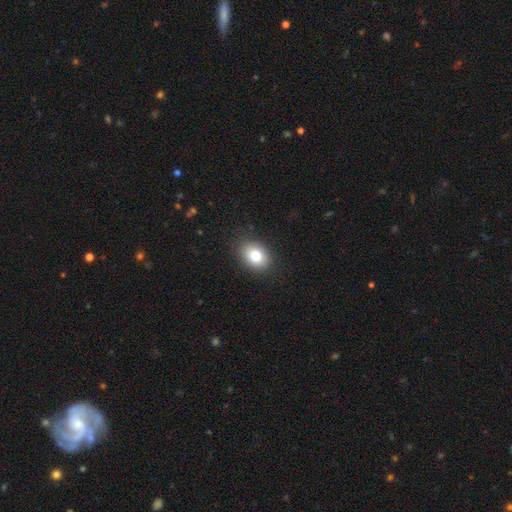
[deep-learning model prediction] A smooth galaxy with no disk features (79%) that is in between round and cigar-shaped (67%).

Vote fractions:
- Smooth or featured? smooth: 79% / featured or disk: 11% / star or artifact: 10%
- How rounded? in between: 67% / round: 32% / cigar-shaped: 1%
- Merging? none: 87% / minor disturbance: 9% / major disturbance: 3% / merger: 1%